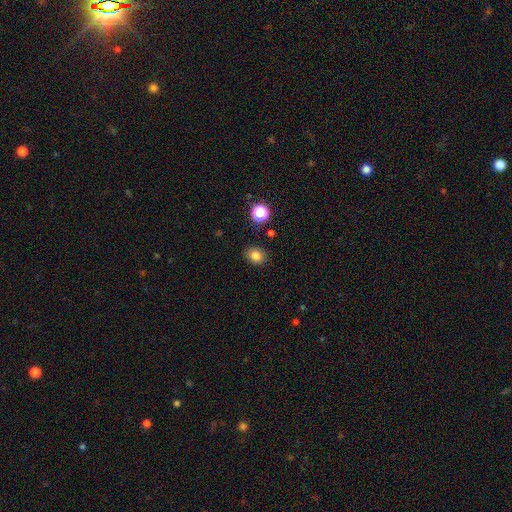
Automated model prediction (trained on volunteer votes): smooth-or-featured: smooth: 81% | star or artifact: 13% | featured or disk: 6%
  how-rounded: round: 60% | in between: 39% | cigar-shaped: 1%
  merging: none: 87% | minor disturbance: 9% | major disturbance: 2% | merger: 2%